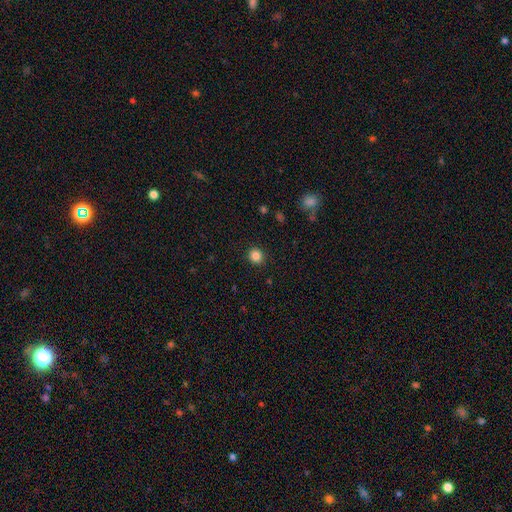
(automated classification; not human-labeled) smooth-or-featured: smooth: 85% | star or artifact: 11% | featured or disk: 4%
  how-rounded: round: 87% | in between: 12% | cigar-shaped: 1%
  merging: none: 91% | minor disturbance: 6% | major disturbance: 2% | merger: 1%